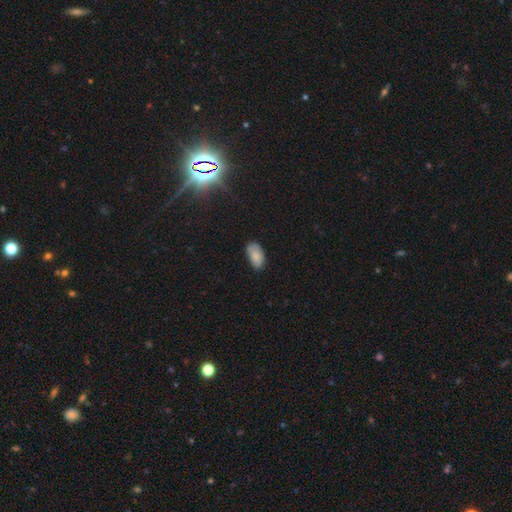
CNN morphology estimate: Smooth or featured? Predicted: smooth (p=0.81). How rounded? Predicted: in between (p=0.94). Merging? Predicted: none (p=0.65).